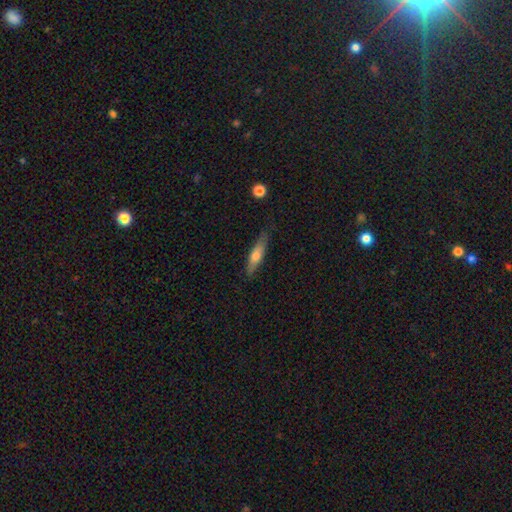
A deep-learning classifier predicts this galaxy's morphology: Smooth or featured?
  - smooth: 56% *
  - featured or disk: 38%
  - star or artifact: 6%
How rounded?
  - cigar-shaped: 75% *
  - in between: 23%
  - round: 2%
Merging?
  - none: 81% *
  - minor disturbance: 15%
  - major disturbance: 3%
  - merger: 1%